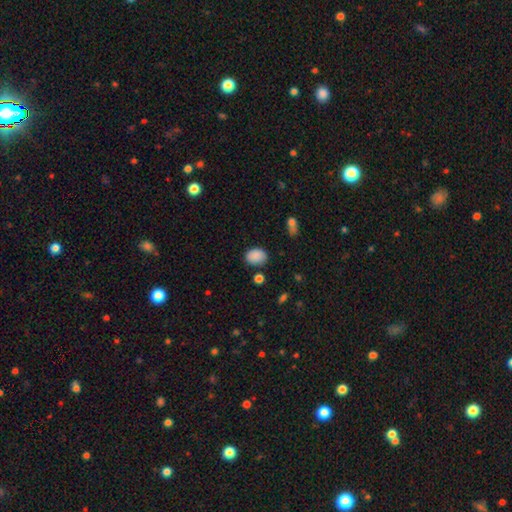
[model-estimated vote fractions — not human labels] Morphology: type=smooth (87%); roundness=in between (72%); merging=none (78%).